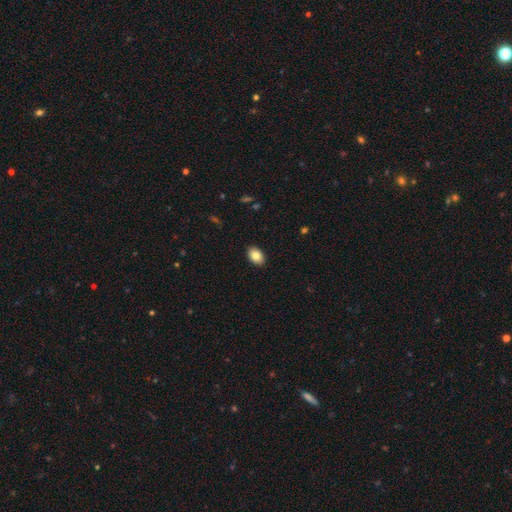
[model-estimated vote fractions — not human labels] The model was most divided on "how rounded": in between: 85%, round: 14%, cigar-shaped: 1%. More confident: merging — none (90%); smooth or featured — smooth (83%).